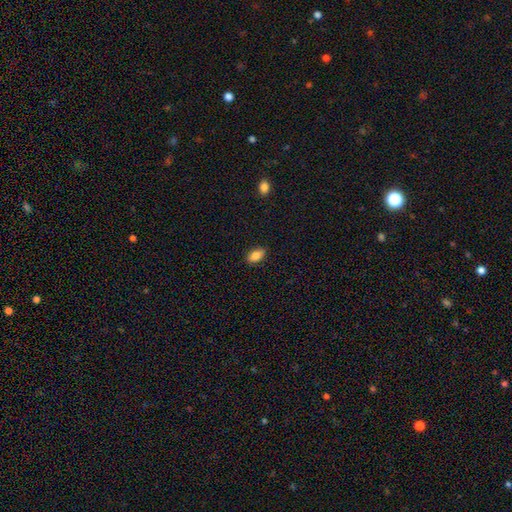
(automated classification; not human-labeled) Smooth or featured? Predicted: smooth (p=0.84). How rounded? Predicted: in between (p=0.90). Merging? Predicted: none (p=0.87).